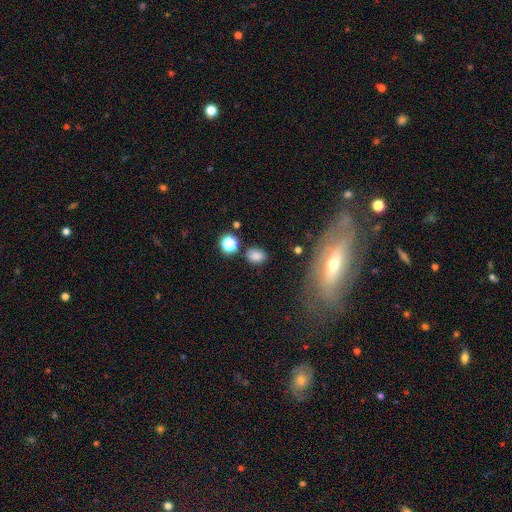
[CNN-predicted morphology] type=smooth (80%); roundness=in between (66%); merging=none (77%).